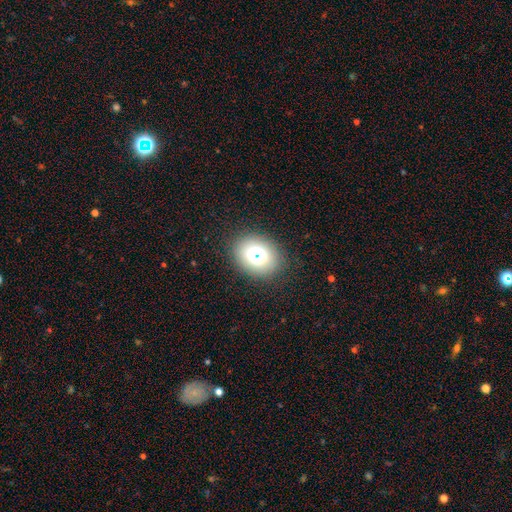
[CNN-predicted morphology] Q: Smooth or featured?
A: smooth (64%); runner-up: star or artifact (19%)
Q: How rounded?
A: round (62%); runner-up: in between (37%)
Q: Merging?
A: none (84%); runner-up: minor disturbance (9%)